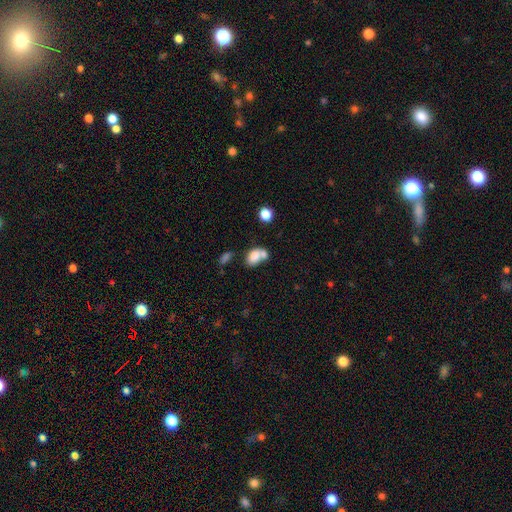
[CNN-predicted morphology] Smooth or featured? Predicted: smooth (p=0.78). How rounded? Predicted: in between (p=0.77). Merging? Predicted: merger (p=0.54).